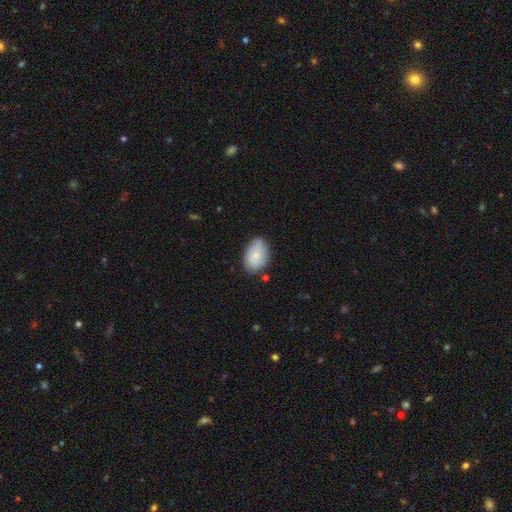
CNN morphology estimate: A smooth galaxy with no disk features (78%) that is in between round and cigar-shaped (85%).

Vote fractions:
- Smooth or featured? smooth: 78% / featured or disk: 15% / star or artifact: 6%
- How rounded? in between: 85% / round: 13% / cigar-shaped: 1%
- Merging? none: 66% / minor disturbance: 26% / major disturbance: 5% / merger: 4%